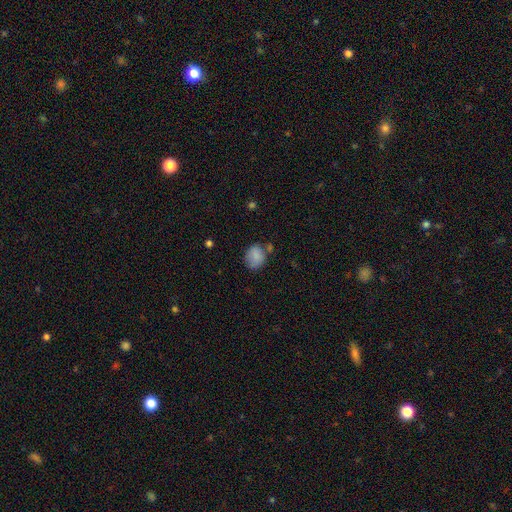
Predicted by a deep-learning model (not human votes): Smooth or featured?
  - smooth: 84% *
  - star or artifact: 9%
  - featured or disk: 7%
How rounded?
  - round: 61% *
  - in between: 38%
  - cigar-shaped: 1%
Merging?
  - none: 65% *
  - minor disturbance: 21%
  - merger: 8%
  - major disturbance: 6%